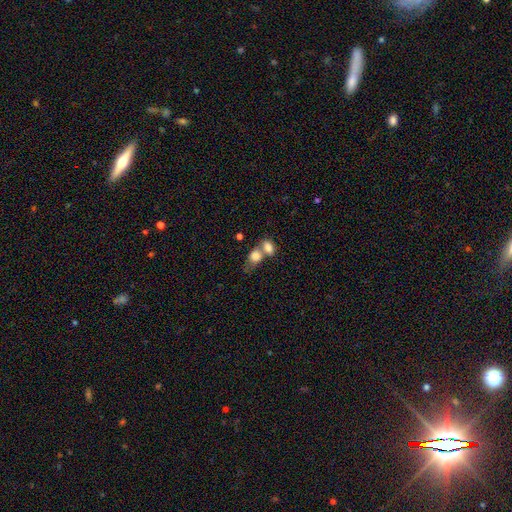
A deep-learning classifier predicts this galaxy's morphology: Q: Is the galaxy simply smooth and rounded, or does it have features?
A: smooth — 81%.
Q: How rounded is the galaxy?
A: in between — 69%.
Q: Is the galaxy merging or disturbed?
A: merger — 64%.